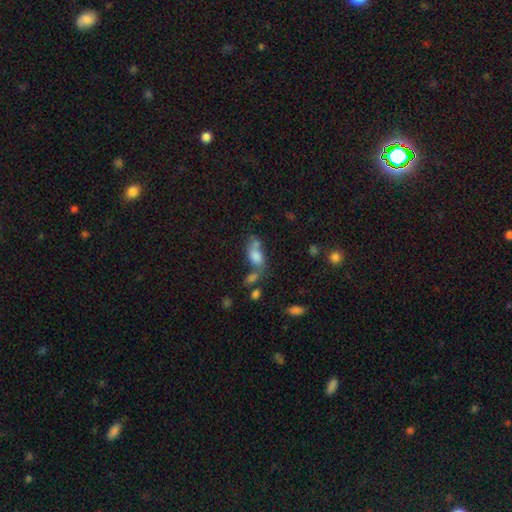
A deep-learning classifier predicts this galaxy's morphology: This appears to be a smooth galaxy with no disk features (72%) that is in between round and cigar-shaped (84%). Merging: merger (38%).